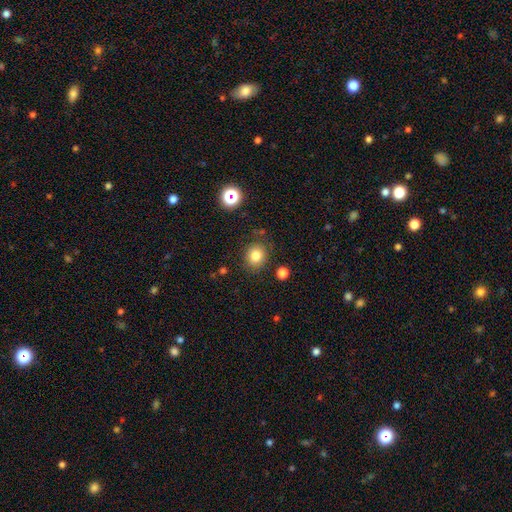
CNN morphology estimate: smooth 81%, star or artifact 12%, featured or disk 7%. Down the decision tree: how rounded — round (76%); merging — none (83%).